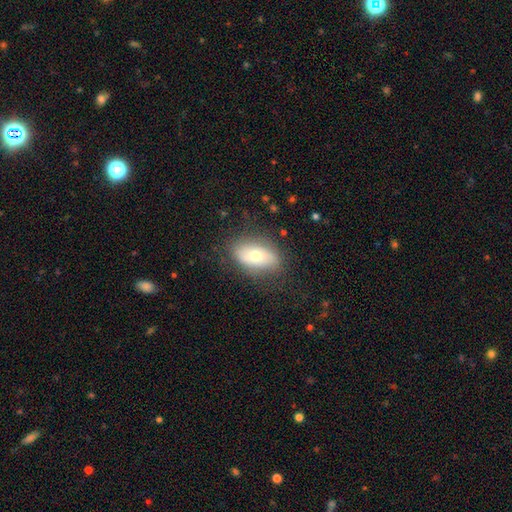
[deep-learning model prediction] Q: Smooth or featured?
A: smooth (61%); runner-up: featured or disk (31%)
Q: How rounded?
A: in between (87%); runner-up: round (10%)
Q: Merging?
A: none (77%); runner-up: minor disturbance (15%)